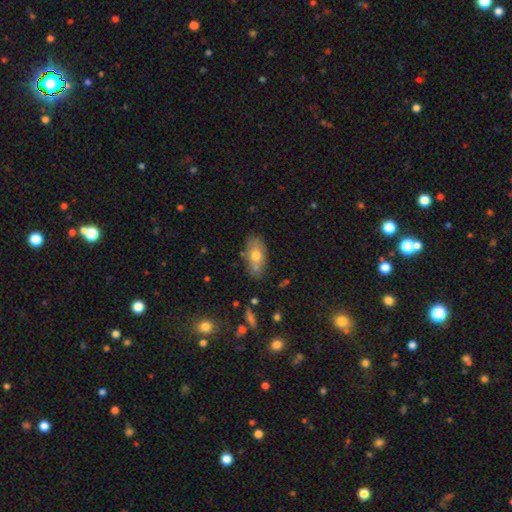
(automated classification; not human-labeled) smooth-or-featured: smooth: 69% | featured or disk: 23% | star or artifact: 8%
  how-rounded: in between: 89% | round: 6% | cigar-shaped: 5%
  merging: none: 68% | minor disturbance: 18% | merger: 10% | major disturbance: 4%